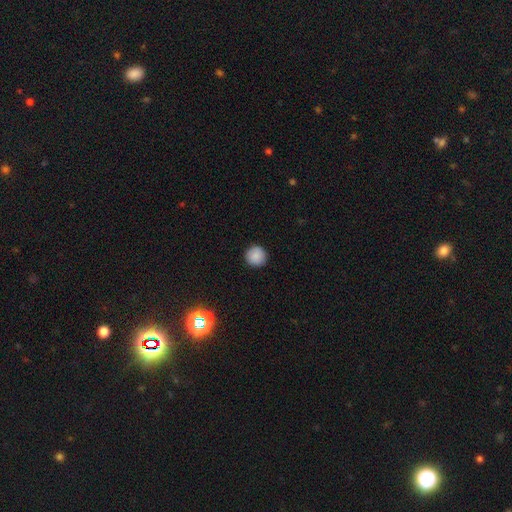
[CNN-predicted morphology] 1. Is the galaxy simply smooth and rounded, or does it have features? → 87% smooth, 9% star or artifact, 4% featured or disk.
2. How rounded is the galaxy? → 95% round, 4% in between, 1% cigar-shaped.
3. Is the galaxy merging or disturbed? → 92% none, 6% minor disturbance, 2% major disturbance, 1% merger.